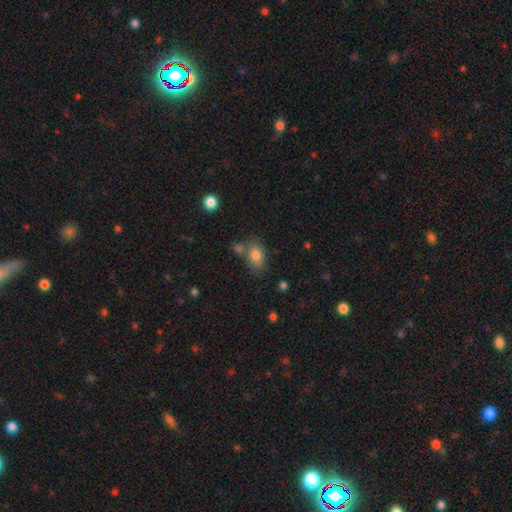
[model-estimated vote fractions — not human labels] This is clearly a smooth galaxy (82%). How rounded: likely in between (79%). Merging: likely none (60%).